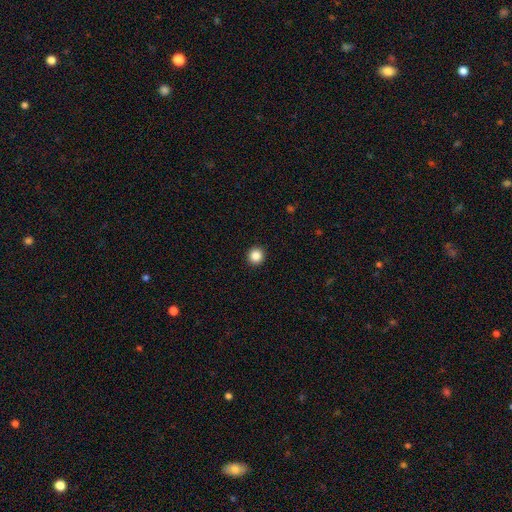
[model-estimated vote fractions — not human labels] This is clearly a smooth galaxy (86%). How rounded: clearly round (94%). Merging: clearly none (94%).